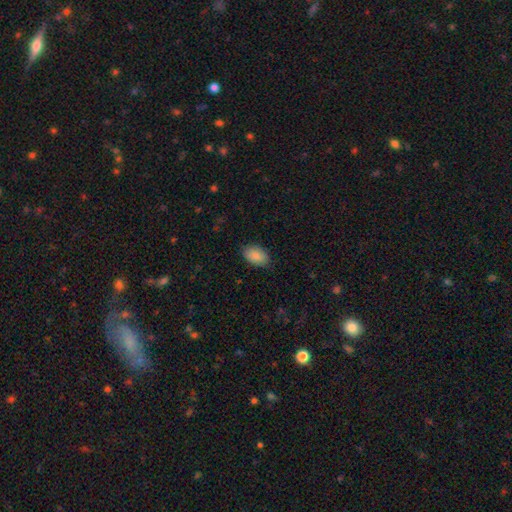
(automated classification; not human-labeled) smooth_or_featured: smooth (p=0.88) [alt: star or artifact p=0.07]
how_rounded: in between (p=0.92) [alt: round p=0.07]
merging: none (p=0.83) [alt: minor disturbance p=0.13]